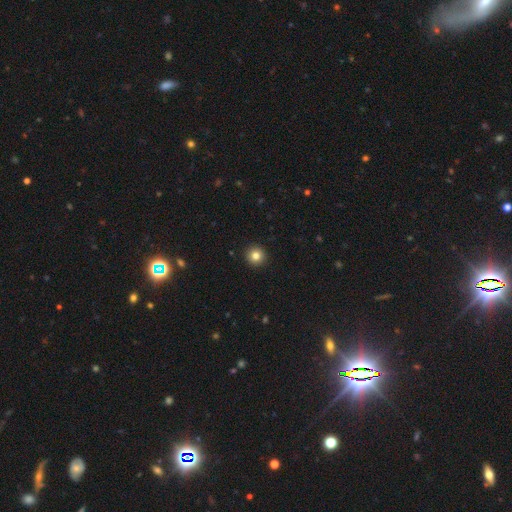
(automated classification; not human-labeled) smooth-or-featured: smooth: 82% | star or artifact: 11% | featured or disk: 7%
  how-rounded: round: 95% | in between: 4% | cigar-shaped: 1%
  merging: none: 94% | minor disturbance: 4% | major disturbance: 1% | merger: 1%